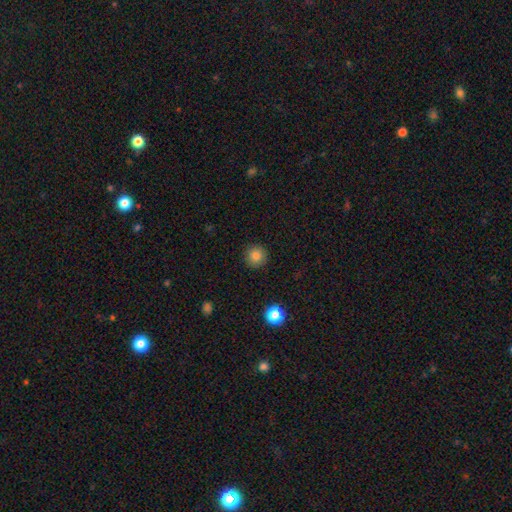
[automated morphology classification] smooth 83%, star or artifact 12%, featured or disk 5%. Down the decision tree: how rounded — round (95%); merging — none (92%).